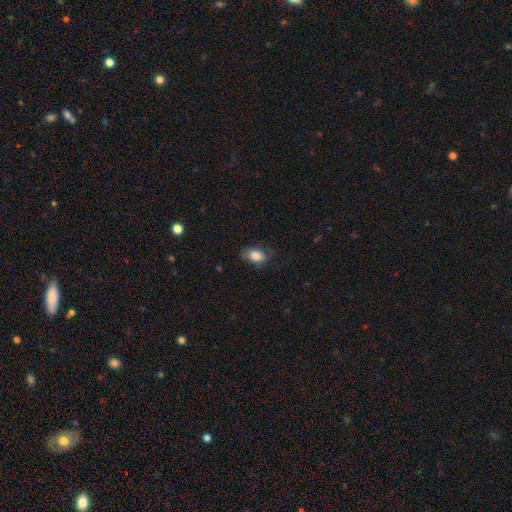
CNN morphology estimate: A smooth galaxy with no disk features (83%) that is in between round and cigar-shaped (90%). Merging: none (71%).